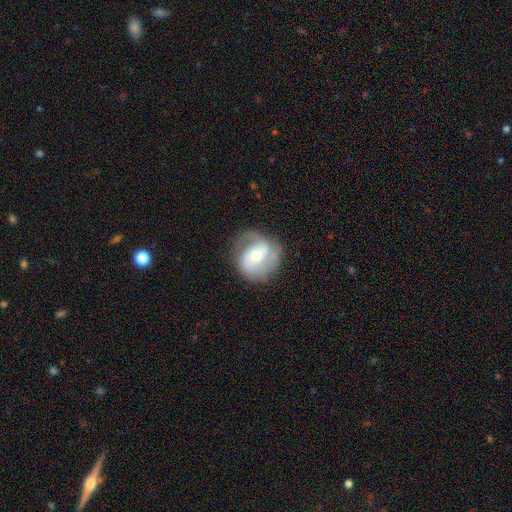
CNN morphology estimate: Smooth or featured: featured or disk — 74% (smooth — 20%)
Edge-on disk: no — 97% (yes — 3%)
Bar: no — 54% (weak — 34%)
Spiral arms: yes — 91% (no — 9%)
Spiral winding: medium — 45% (tight — 34%)
Spiral arm count: 2 — 70% (can't tell — 11%)
Bulge size: moderate — 61% (small — 32%)
Merging: none — 67% (minor disturbance — 20%)